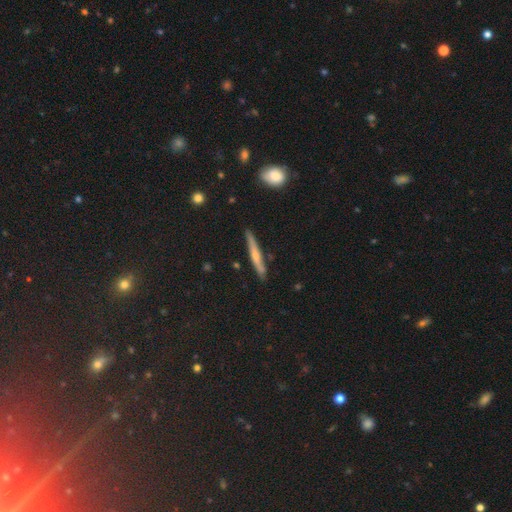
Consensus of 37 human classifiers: Smooth or featured? 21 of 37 (57%) said smooth. How rounded? 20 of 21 (95%) said cigar-shaped. Merging? 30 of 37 (81%) said none.